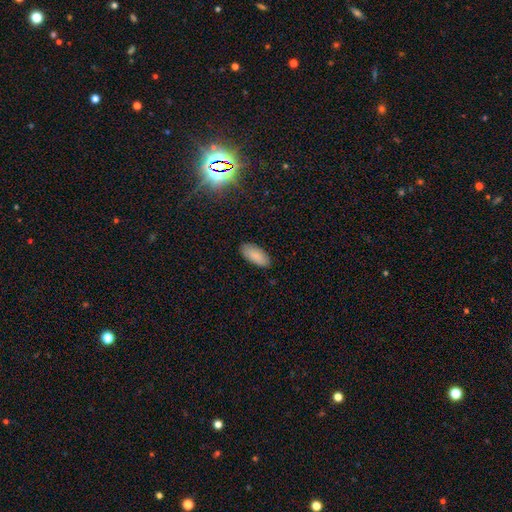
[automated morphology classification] This is clearly a smooth galaxy (86%). How rounded: clearly in between (91%). Merging: clearly none (86%).